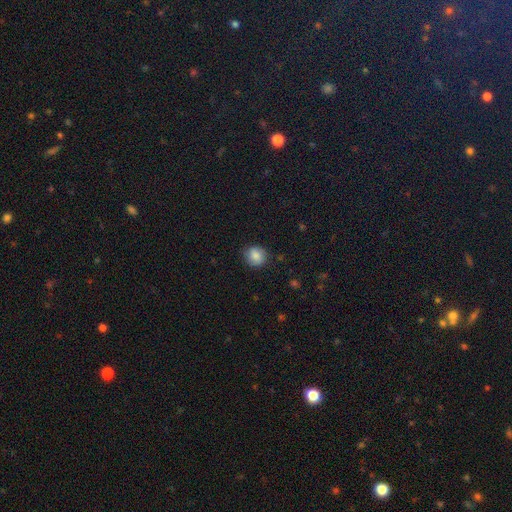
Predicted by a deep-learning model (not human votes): Overall: smooth (82%). How rounded: round (82%). Merging: none (82%).